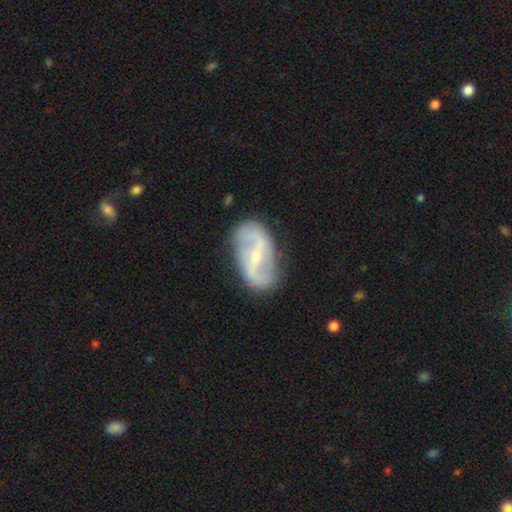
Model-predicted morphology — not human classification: featured or disk 83%, smooth 12%, star or artifact 6%. Down the decision tree: edge-on disk — no (95%); bar — strong (44%); spiral arms — yes (87%); spiral arm count — 2 (90%); spiral winding — loose (55%); bulge size — small (69%); merging — none (79%).